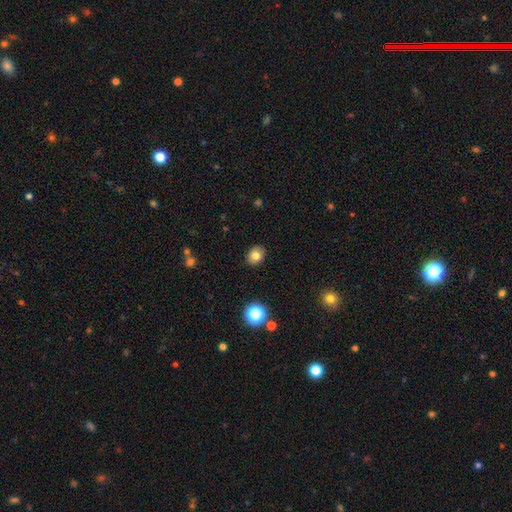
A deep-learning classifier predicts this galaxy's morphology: Smooth or featured? smooth (79%)
How rounded? round (55%)
Merging? none (89%)